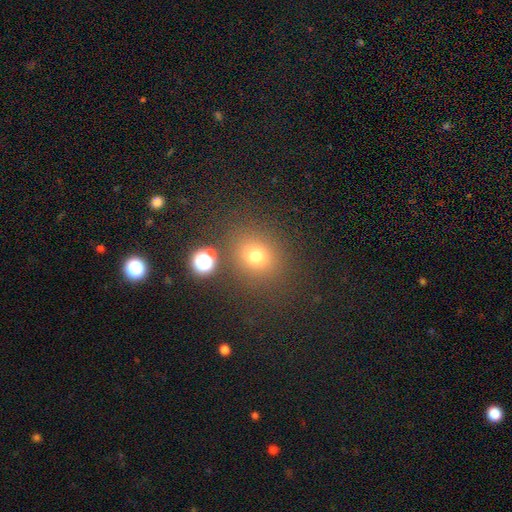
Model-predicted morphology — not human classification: Q: Smooth or featured?
A: smooth (72%); runner-up: star or artifact (20%)
Q: How rounded?
A: round (78%); runner-up: in between (21%)
Q: Merging?
A: none (81%); runner-up: minor disturbance (9%)